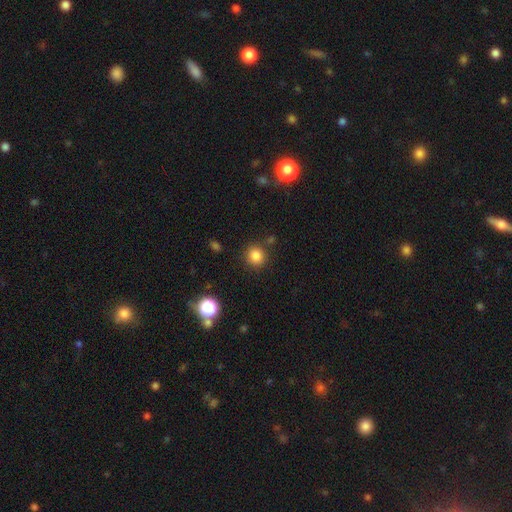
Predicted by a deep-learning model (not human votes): This is clearly a smooth galaxy (84%). How rounded: clearly round (90%). Merging: clearly none (85%).